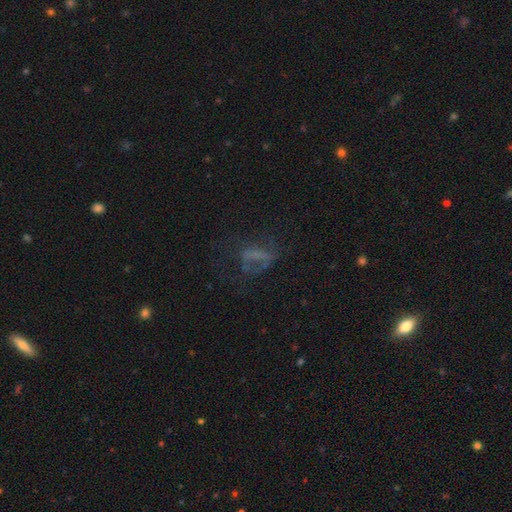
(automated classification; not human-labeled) A featured or disk galaxy (38%). Merging: major disturbance (40%).